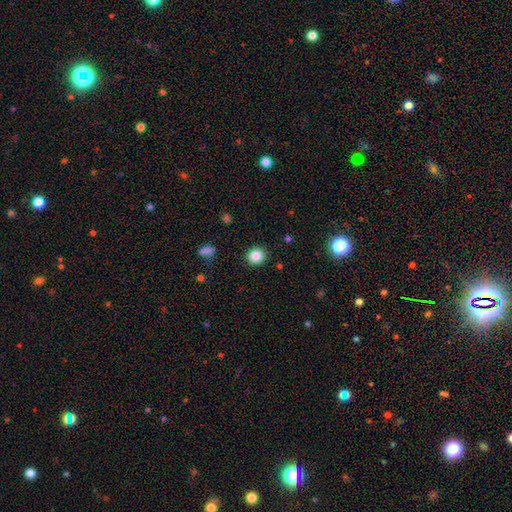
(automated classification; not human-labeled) smooth-or-featured: smooth: 84% | star or artifact: 10% | featured or disk: 5%
  how-rounded: round: 88% | in between: 11% | cigar-shaped: 1%
  merging: none: 90% | minor disturbance: 7% | major disturbance: 2% | merger: 1%